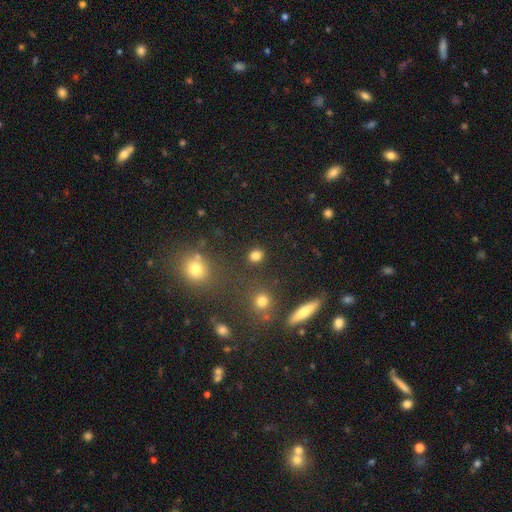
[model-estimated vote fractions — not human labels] smooth_or_featured: smooth (p=0.81) [alt: star or artifact p=0.14]
how_rounded: round (p=0.77) [alt: in between p=0.21]
merging: none (p=0.87) [alt: minor disturbance p=0.07]